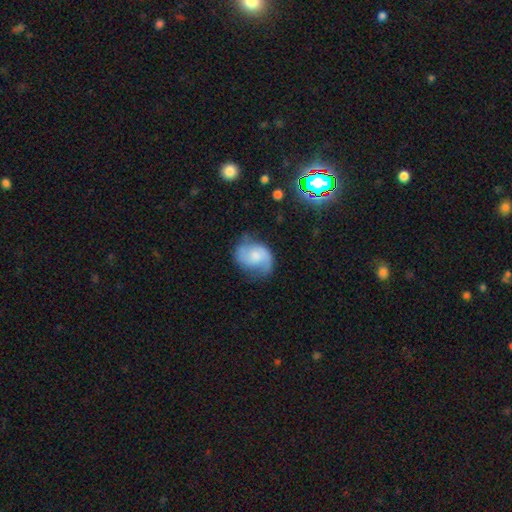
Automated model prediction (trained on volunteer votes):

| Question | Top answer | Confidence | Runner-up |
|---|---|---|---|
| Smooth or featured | featured or disk | 63% | smooth (29%) |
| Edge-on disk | no | 97% | yes (3%) |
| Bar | no | 64% | weak (31%) |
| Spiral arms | yes | 91% | no (9%) |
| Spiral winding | medium | 43% | loose (40%) |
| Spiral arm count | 2 | 81% | 1 (9%) |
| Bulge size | moderate | 35% | small (33%) |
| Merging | none | 57% | minor disturbance (27%) |